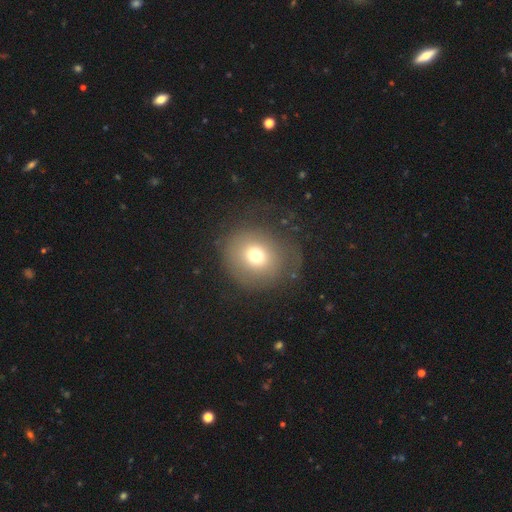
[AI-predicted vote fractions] smooth-or-featured: smooth: 69% | featured or disk: 18% | star or artifact: 13%
  how-rounded: round: 83% | in between: 16% | cigar-shaped: 1%
  merging: none: 63% | minor disturbance: 18% | major disturbance: 17% | merger: 2%